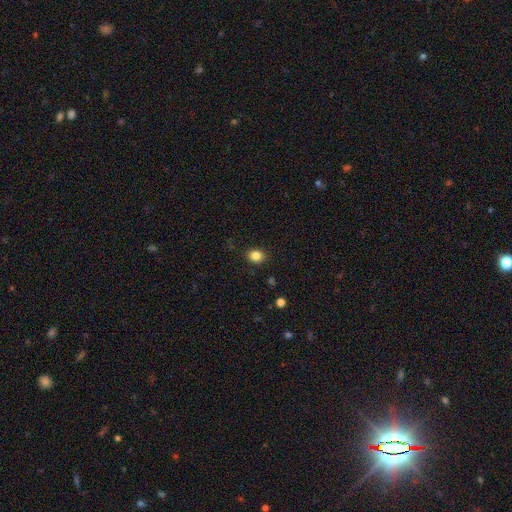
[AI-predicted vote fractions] Overall: smooth (84%). How rounded: round (61%; in between 39%). Merging: none (89%).